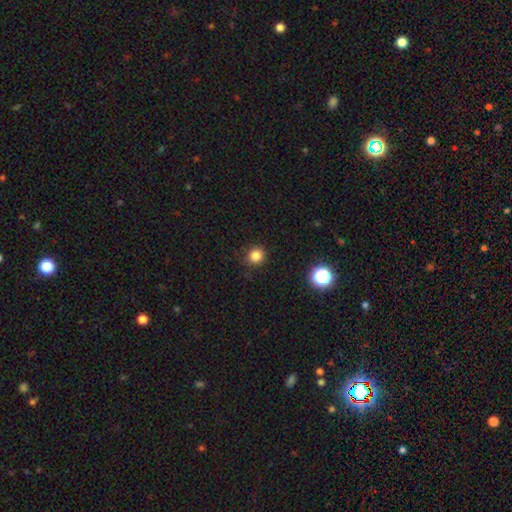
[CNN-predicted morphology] Smooth or featured?
  - smooth: 83% *
  - star or artifact: 14%
  - featured or disk: 4%
How rounded?
  - round: 92% *
  - in between: 7%
  - cigar-shaped: 1%
Merging?
  - none: 88% *
  - minor disturbance: 8%
  - major disturbance: 3%
  - merger: 1%